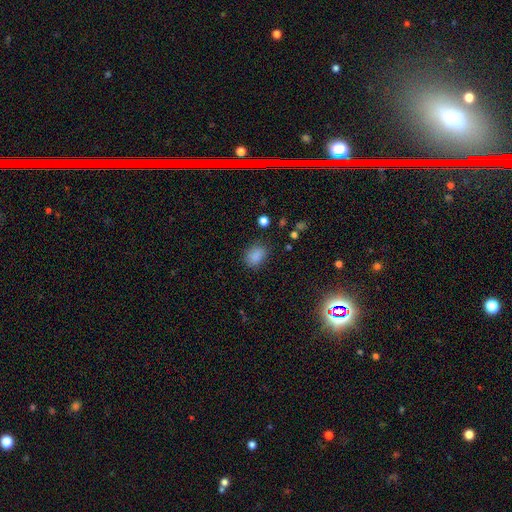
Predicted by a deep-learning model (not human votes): smooth 84%, star or artifact 11%, featured or disk 4%. Down the decision tree: how rounded — in between (64%); merging — none (75%).